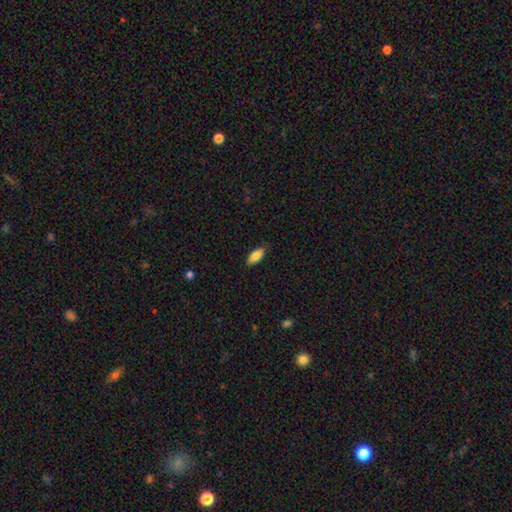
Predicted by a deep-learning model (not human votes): Smooth or featured? smooth (85%)
How rounded? in between (85%)
Merging? none (83%)